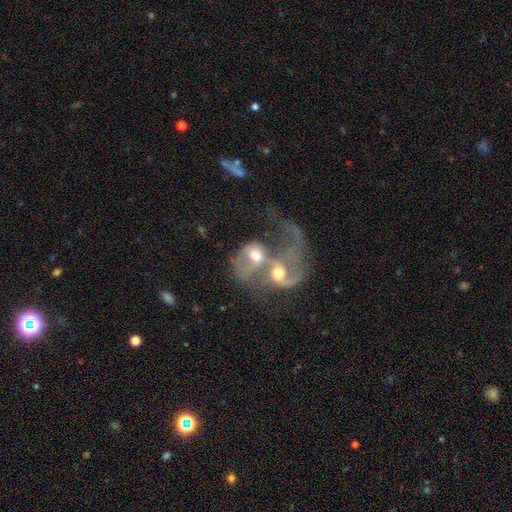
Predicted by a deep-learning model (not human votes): This appears to be a featured or disk galaxy (70%) with no bar (62%), 2 (51%) loose (50%) spiral arms (77%) and a moderate central bulge (66%). Merging: merger (80%).